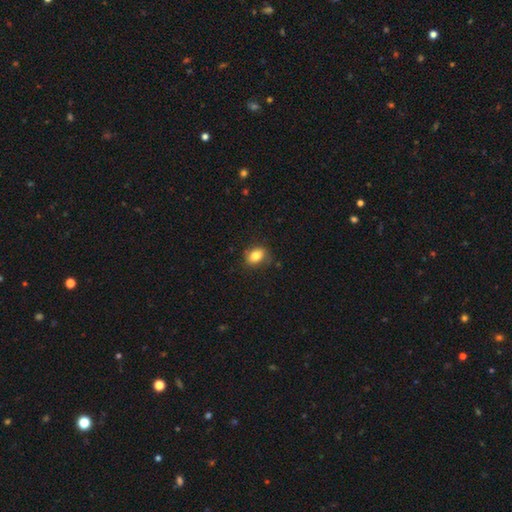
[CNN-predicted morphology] Smooth or featured? Predicted: smooth (p=0.83). How rounded? Predicted: in between (p=0.75). Merging? Predicted: none (p=0.78).